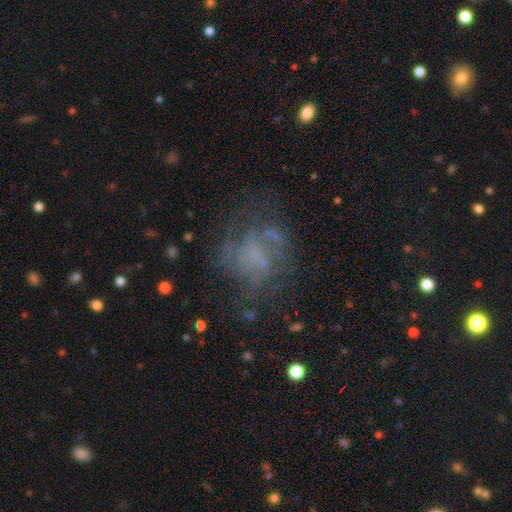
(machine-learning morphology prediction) type=featured or disk (64%); edge-on=no (98%); bar=no (74%); spiral arms=yes (70%); bulge=none (64%); merging=none (57%).